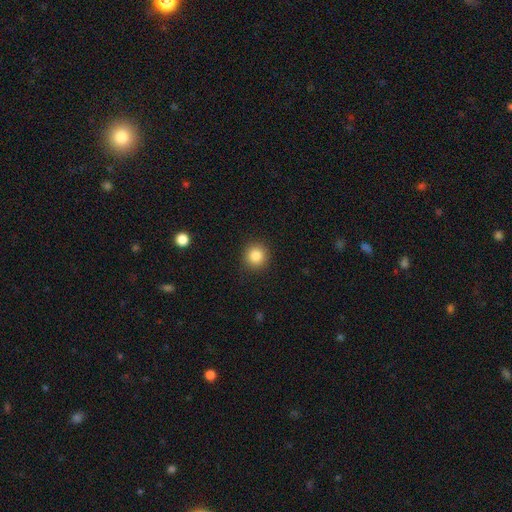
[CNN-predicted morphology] Overall: smooth (85%). How rounded: round (93%). Merging: none (91%).